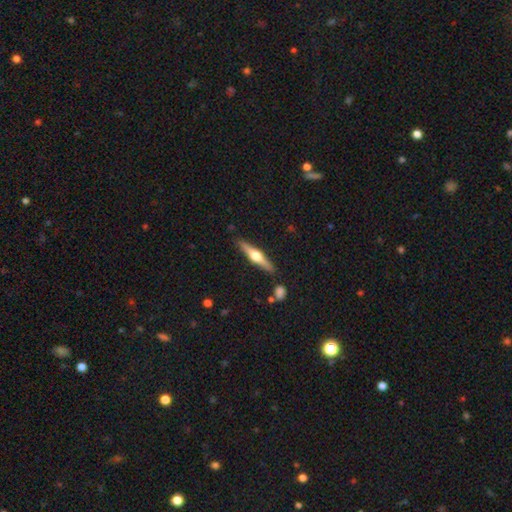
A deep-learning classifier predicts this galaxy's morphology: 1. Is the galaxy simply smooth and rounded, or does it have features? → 65% featured or disk, 30% smooth, 5% star or artifact.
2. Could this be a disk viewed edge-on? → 97% yes, 3% no.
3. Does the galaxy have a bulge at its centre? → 95% rounded, 3% boxy, 2% none.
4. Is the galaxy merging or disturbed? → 87% none, 9% minor disturbance, 3% merger, 2% major disturbance.